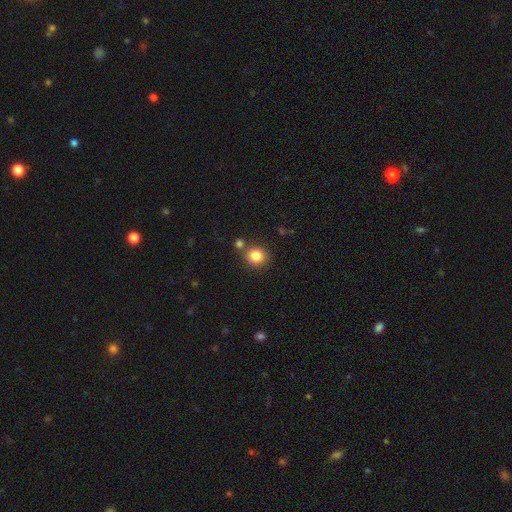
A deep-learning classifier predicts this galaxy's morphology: smooth-or-featured: smooth: 84% | star or artifact: 10% | featured or disk: 6%
  how-rounded: round: 82% | in between: 18% | cigar-shaped: 1%
  merging: none: 73% | merger: 15% | minor disturbance: 10% | major disturbance: 3%